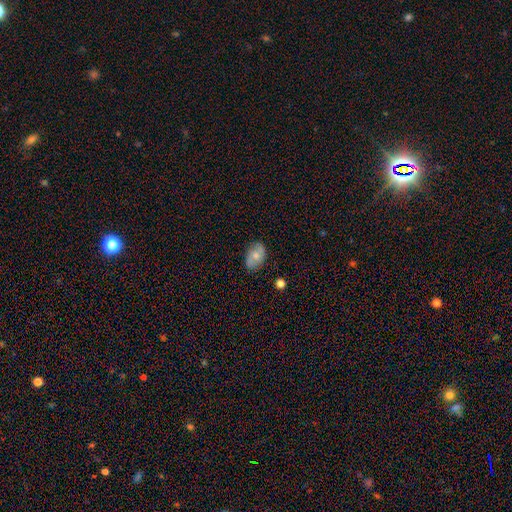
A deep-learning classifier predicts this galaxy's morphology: This is possibly a smooth galaxy (57%). How rounded: clearly in between (86%). Merging: likely none (77%).